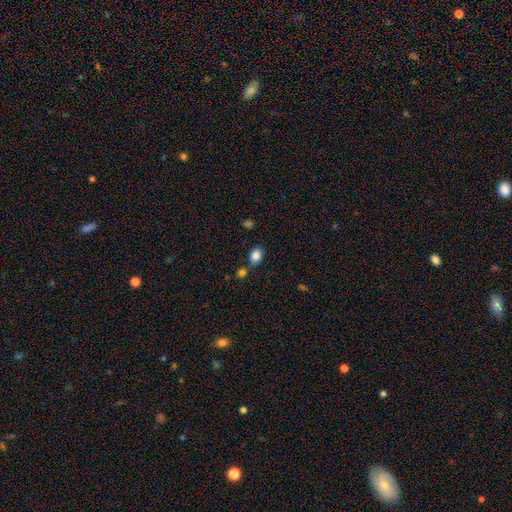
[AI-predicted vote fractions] This appears to be a smooth galaxy with no disk features (85%) that is in between round and cigar-shaped (69%). Merging: none (69%).